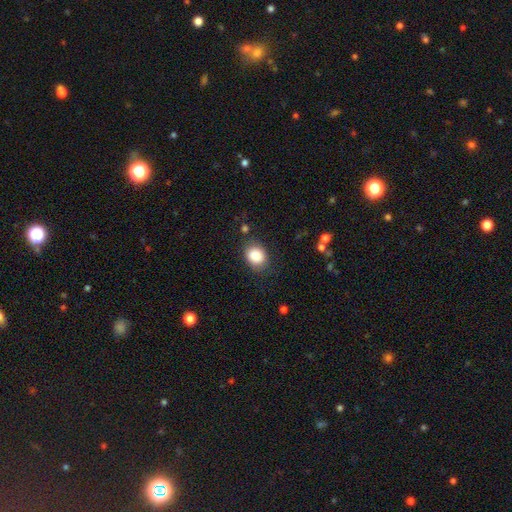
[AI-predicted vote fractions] Morphology: type=smooth (86%); roundness=round (55%); merging=none (80%).